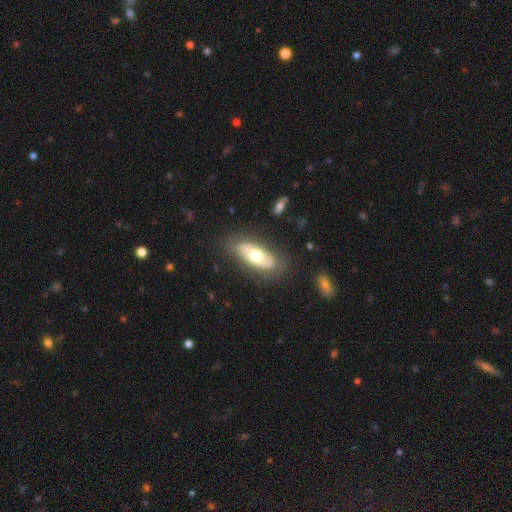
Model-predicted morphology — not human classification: type=smooth (53%); roundness=in between (80%); merging=none (78%).